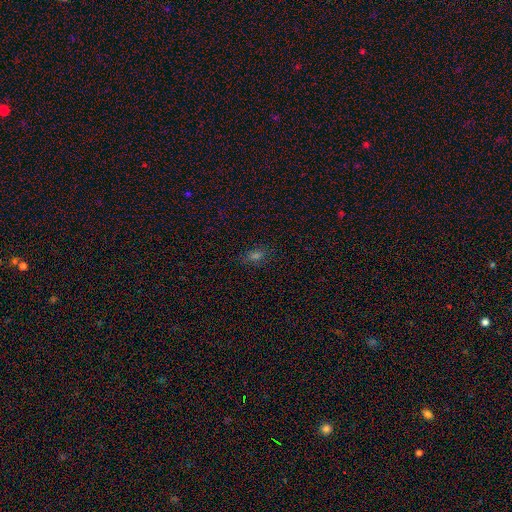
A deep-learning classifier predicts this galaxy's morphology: Q: Smooth or featured?
A: smooth (63%); runner-up: star or artifact (26%)
Q: How rounded?
A: in between (73%); runner-up: round (21%)
Q: Merging?
A: none (83%); runner-up: minor disturbance (13%)